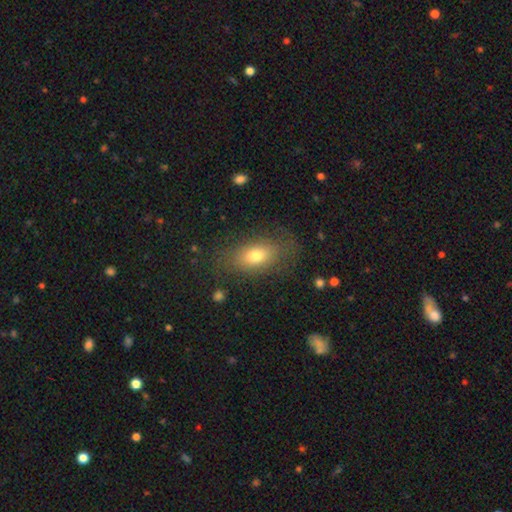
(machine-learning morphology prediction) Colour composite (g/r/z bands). It shows a smooth galaxy with no disk features (73%) that is in between round and cigar-shaped (85%). Merging: none (76%).